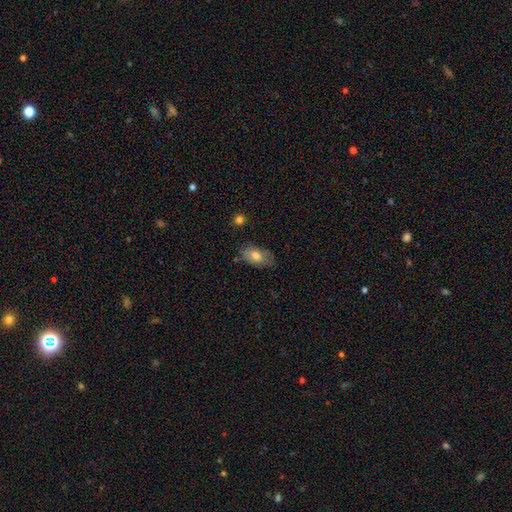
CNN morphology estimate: A smooth galaxy with no disk features (74%) that is in between round and cigar-shaped (91%).

Vote fractions:
- Smooth or featured? smooth: 74% / featured or disk: 18% / star or artifact: 8%
- How rounded? in between: 91% / round: 6% / cigar-shaped: 3%
- Merging? none: 69% / minor disturbance: 23% / major disturbance: 6% / merger: 3%